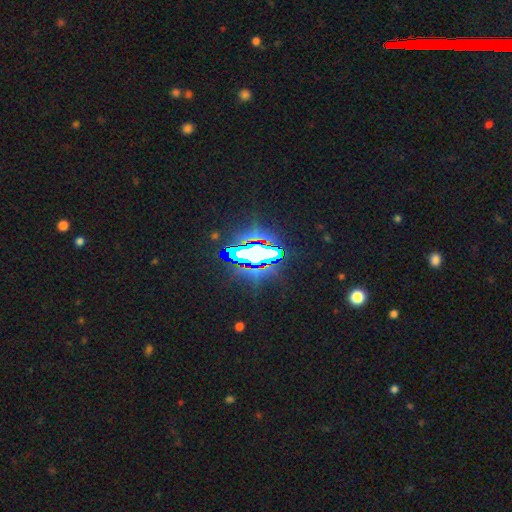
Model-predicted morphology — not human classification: Smooth or featured?
  - star or artifact: 70% *
  - smooth: 16%
  - featured or disk: 14%